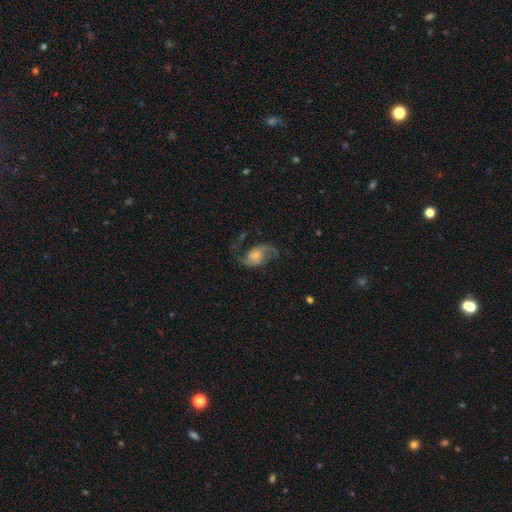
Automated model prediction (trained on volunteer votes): smooth_or_featured: featured or disk (p=0.83) [alt: smooth p=0.11]
disk_edge_on: no (p=0.97) [alt: yes p=0.03]
bar: no (p=0.69) [alt: weak p=0.26]
has_spiral_arms: yes (p=0.96) [alt: no p=0.04]
spiral_winding: loose (p=0.54) [alt: medium p=0.37]
spiral_arm_count: 2 (p=0.92) [alt: 1 p=0.03]
bulge_size: small (p=0.39) [alt: moderate p=0.38]
merging: none (p=0.66) [alt: minor disturbance p=0.17]